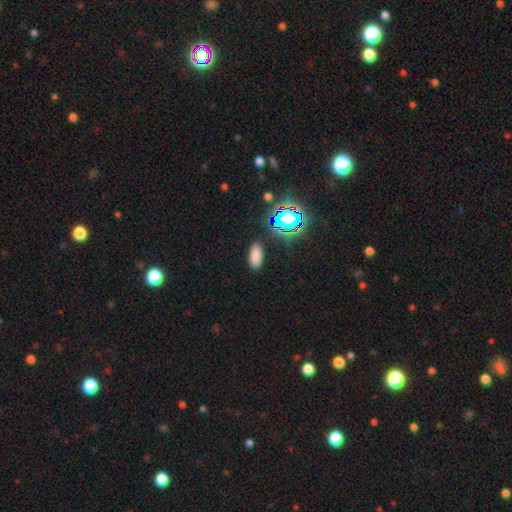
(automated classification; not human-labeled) Q: Smooth or featured?
A: smooth (77%); runner-up: star or artifact (18%)
Q: How rounded?
A: in between (86%); runner-up: cigar-shaped (10%)
Q: Merging?
A: none (89%); runner-up: minor disturbance (7%)